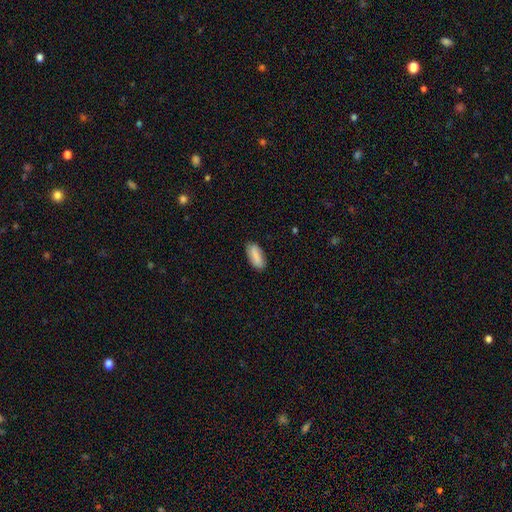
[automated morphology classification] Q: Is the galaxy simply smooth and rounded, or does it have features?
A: smooth — 84%.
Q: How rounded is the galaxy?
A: in between — 84%.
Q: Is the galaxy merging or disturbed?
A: none — 84%.